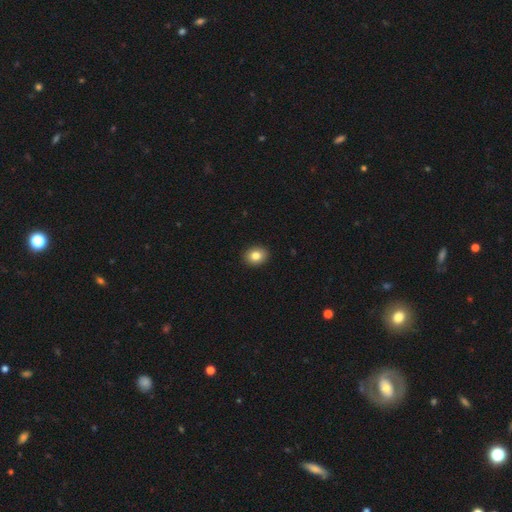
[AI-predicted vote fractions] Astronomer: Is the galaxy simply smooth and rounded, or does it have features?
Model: smooth — 83%.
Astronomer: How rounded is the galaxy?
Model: round — 57% (runner-up: in between, 42%).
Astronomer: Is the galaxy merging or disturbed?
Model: none — 92%.